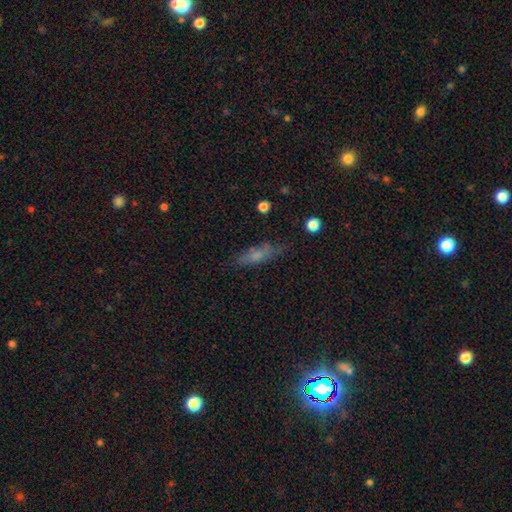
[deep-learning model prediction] Smooth or featured?
  - smooth: 59% *
  - featured or disk: 28%
  - star or artifact: 13%
How rounded?
  - cigar-shaped: 63% *
  - in between: 34%
  - round: 4%
Merging?
  - none: 72% *
  - minor disturbance: 19%
  - major disturbance: 6%
  - merger: 2%